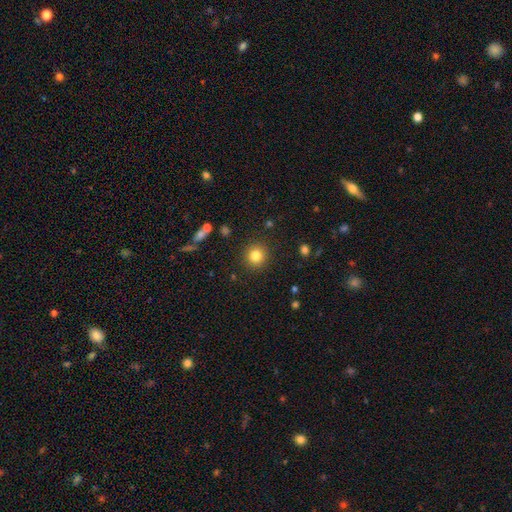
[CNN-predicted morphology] Smooth or featured? Predicted: smooth (p=0.82). How rounded? Predicted: round (p=0.92). Merging? Predicted: none (p=0.90).